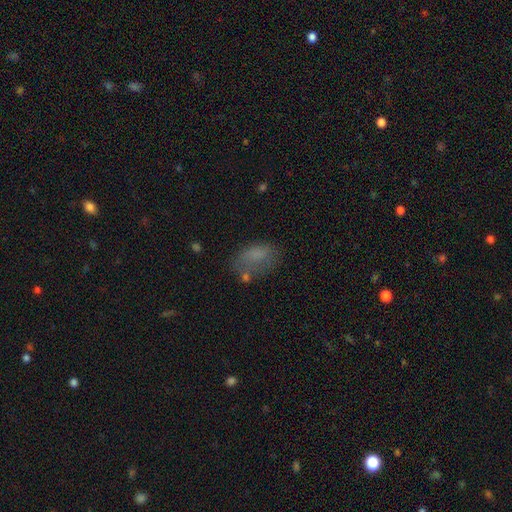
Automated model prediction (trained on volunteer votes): Smooth or featured: smooth — 70% (featured or disk — 16%)
How rounded: in between — 89% (round — 8%)
Merging: none — 51% (minor disturbance — 26%)